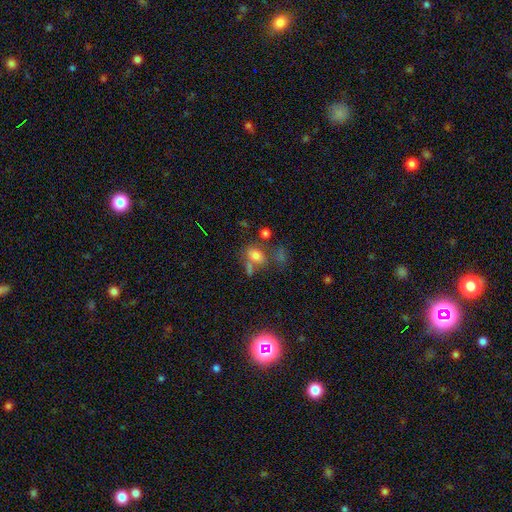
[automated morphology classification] Smooth or featured? smooth (71%)
How rounded? in between (77%)
Merging? none (43%)